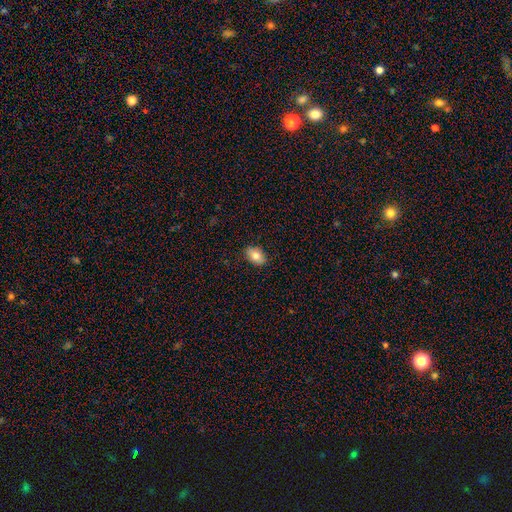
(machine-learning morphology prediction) Smooth or featured? Predicted: smooth (p=0.80). How rounded? Predicted: in between (p=0.85). Merging? Predicted: none (p=0.87).